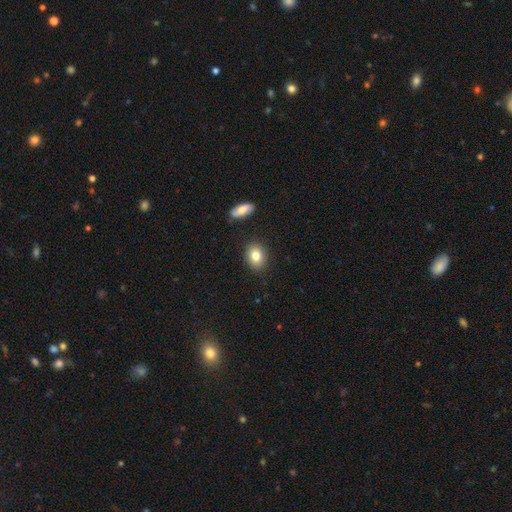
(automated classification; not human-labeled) Morphology: type=smooth (83%); roundness=in between (64%); merging=none (86%).